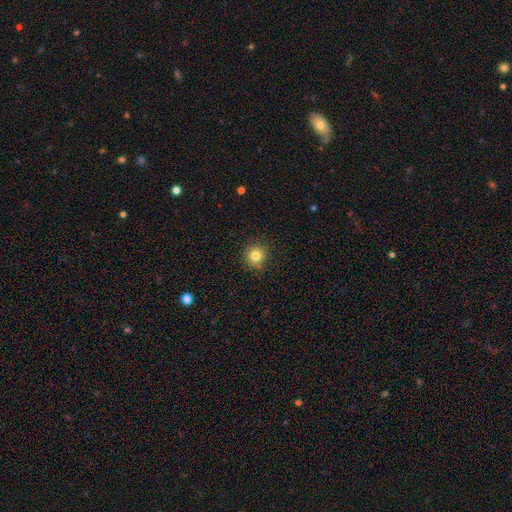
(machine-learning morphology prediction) Smooth or featured? Predicted: smooth (p=0.81). How rounded? Predicted: round (p=0.91). Merging? Predicted: none (p=0.90).